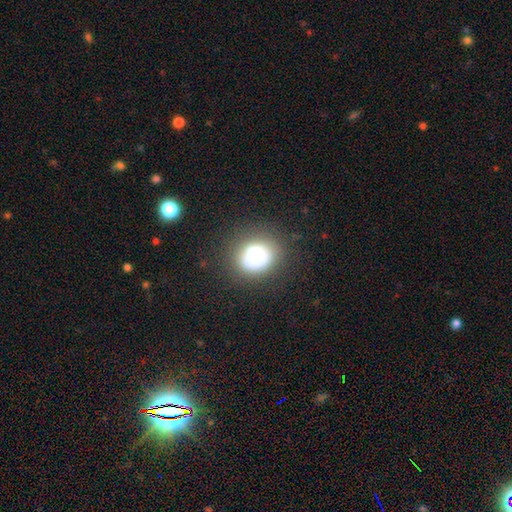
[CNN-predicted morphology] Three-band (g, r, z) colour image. It shows a smooth galaxy with no disk features (77%) that is round (72%). Merging: none (71%).